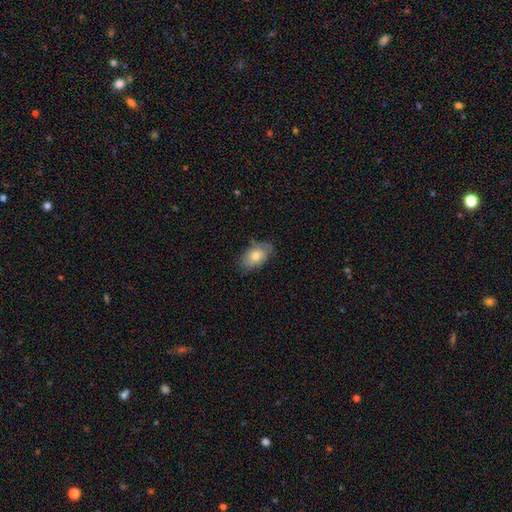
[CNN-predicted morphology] Smooth or featured?
  - smooth: 66% *
  - featured or disk: 26%
  - star or artifact: 8%
How rounded?
  - in between: 87% *
  - round: 11%
  - cigar-shaped: 2%
Merging?
  - none: 67% *
  - minor disturbance: 25%
  - major disturbance: 7%
  - merger: 1%